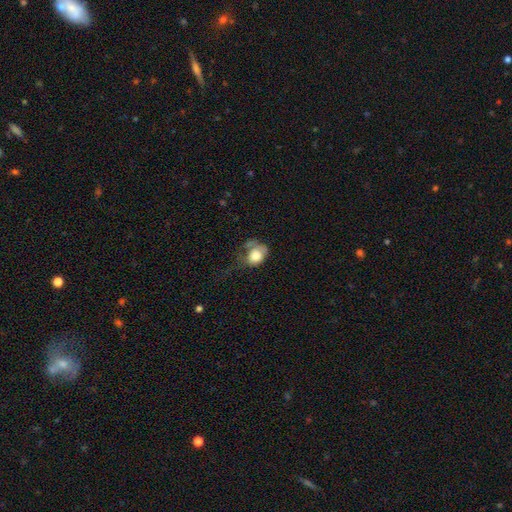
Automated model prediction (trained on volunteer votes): A smooth galaxy with no disk features (69%) that is in between round and cigar-shaped (58%). Merging: major disturbance (45%).